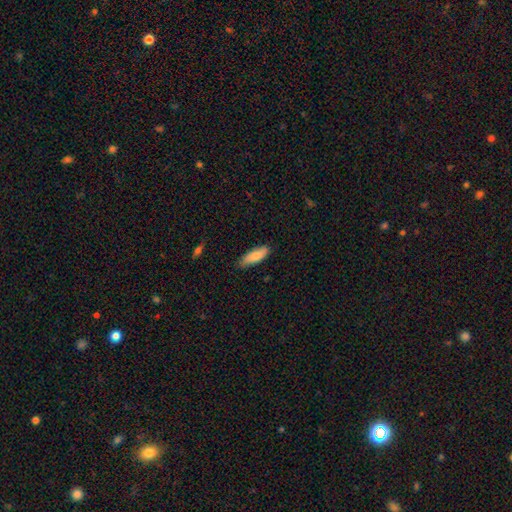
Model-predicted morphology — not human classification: Overall: smooth (81%). How rounded: in between (60%; cigar-shaped 39%). Merging: none (81%).